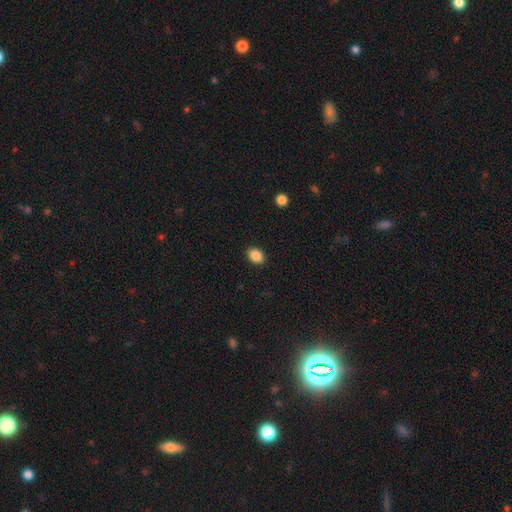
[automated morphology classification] smooth 88%, star or artifact 8%, featured or disk 3%. Down the decision tree: how rounded — in between (79%); merging — none (90%).